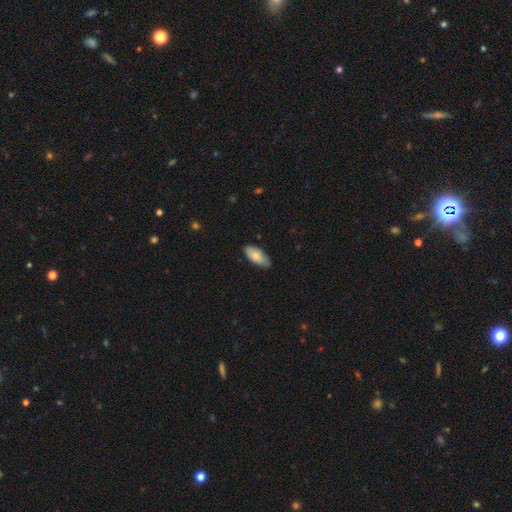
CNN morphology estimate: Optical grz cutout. It shows a smooth galaxy with no disk features (78%) that is in between round and cigar-shaped (89%). Merging: none (75%).